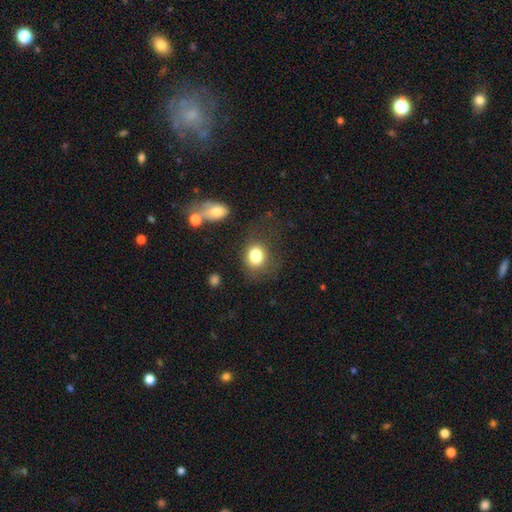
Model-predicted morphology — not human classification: smooth 81%, star or artifact 10%, featured or disk 9%. Down the decision tree: how rounded — round (57%); merging — none (62%).